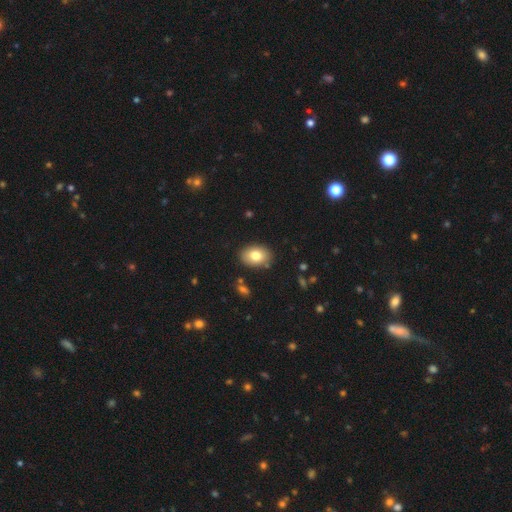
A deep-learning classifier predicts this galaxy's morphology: A smooth galaxy with no disk features (80%) that is in between round and cigar-shaped (79%). Merging: none (86%).